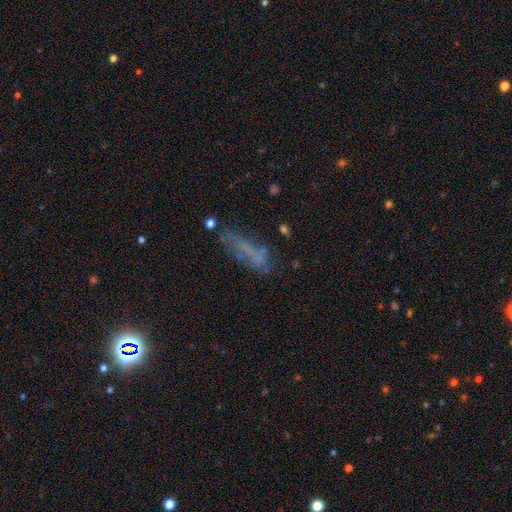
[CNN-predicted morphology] Smooth or featured? smooth (50%)
How rounded? cigar-shaped (56%)
Merging? none (46%)